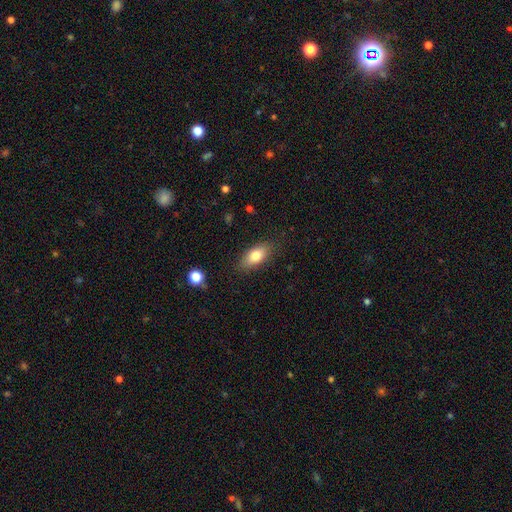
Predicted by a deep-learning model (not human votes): A smooth galaxy with no disk features (79%) that is in between round and cigar-shaped (86%).

Vote fractions:
- Smooth or featured? smooth: 79% / featured or disk: 14% / star or artifact: 7%
- How rounded? in between: 86% / cigar-shaped: 10% / round: 5%
- Merging? none: 84% / minor disturbance: 12% / major disturbance: 3% / merger: 1%